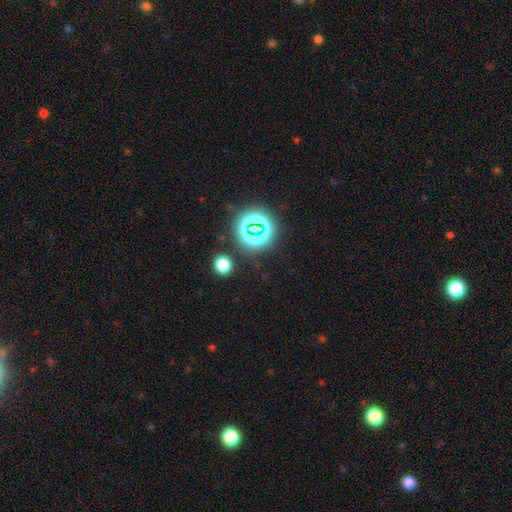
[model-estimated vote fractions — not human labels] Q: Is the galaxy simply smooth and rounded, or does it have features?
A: star or artifact — 82%.